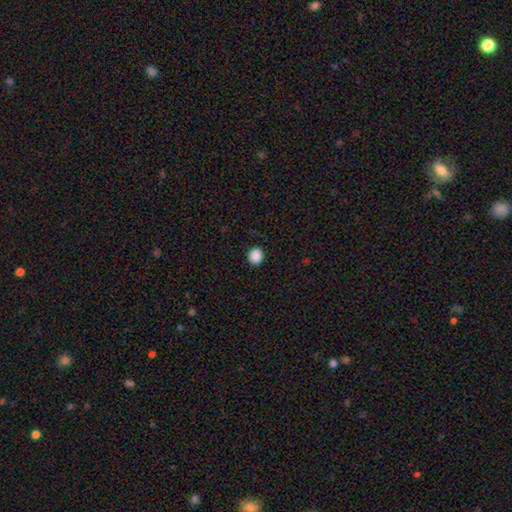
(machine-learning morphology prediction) smooth_or_featured: smooth (p=0.89) [alt: star or artifact p=0.09]
how_rounded: round (p=0.85) [alt: in between p=0.14]
merging: none (p=0.92) [alt: minor disturbance p=0.05]